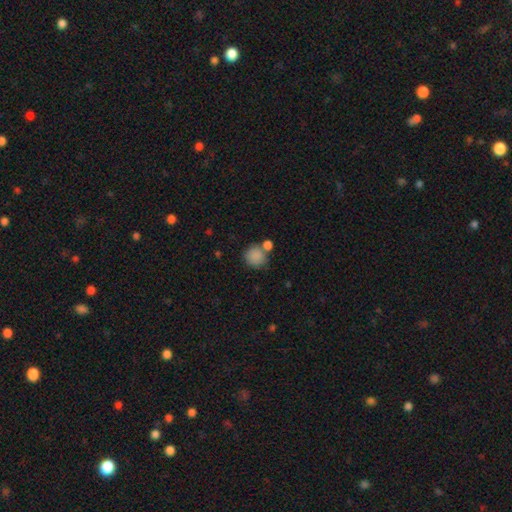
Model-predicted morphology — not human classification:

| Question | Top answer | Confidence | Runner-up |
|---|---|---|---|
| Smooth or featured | smooth | 86% | star or artifact (9%) |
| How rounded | round | 87% | in between (12%) |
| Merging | none | 60% | merger (25%) |